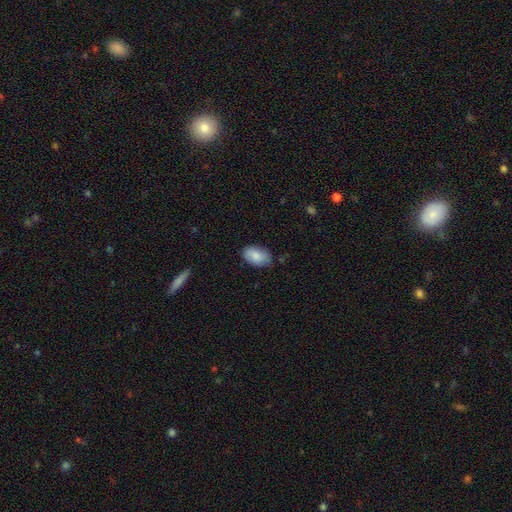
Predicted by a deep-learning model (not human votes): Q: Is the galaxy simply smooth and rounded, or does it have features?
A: smooth — 85%.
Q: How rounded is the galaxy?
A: in between — 92%.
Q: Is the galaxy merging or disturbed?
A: none — 75%.